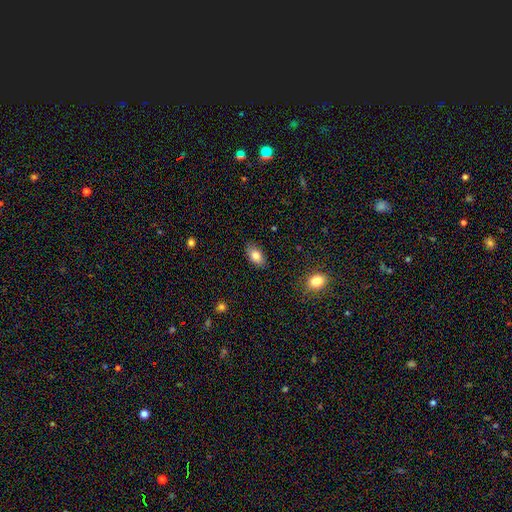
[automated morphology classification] Smooth or featured? Predicted: smooth (p=0.82). How rounded? Predicted: in between (p=0.91). Merging? Predicted: none (p=0.86).